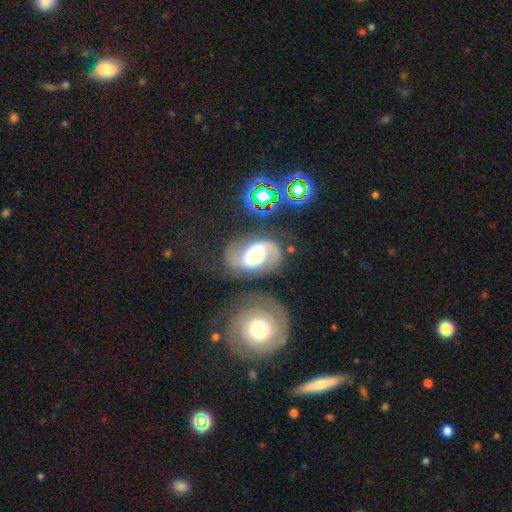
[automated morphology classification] Smooth or featured?
  - featured or disk: 78% *
  - smooth: 13%
  - star or artifact: 8%
Edge-on disk?
  - no: 97% *
  - yes: 3%
Bar?
  - weak: 39% *
  - no: 34%
  - strong: 26%
Spiral arms?
  - yes: 94% *
  - no: 6%
Spiral winding?
  - medium: 52% *
  - loose: 26%
  - tight: 22%
Spiral arm count?
  - 2: 90% *
  - can't tell: 4%
  - 1: 3%
  - 3: 1%
  - 4: 1%
  - more than 4: 1%
Bulge size?
  - moderate: 46% *
  - large: 26%
  - small: 19%
  - dominant: 6%
  - none: 3%
Merging?
  - none: 63% *
  - minor disturbance: 18%
  - major disturbance: 12%
  - merger: 8%